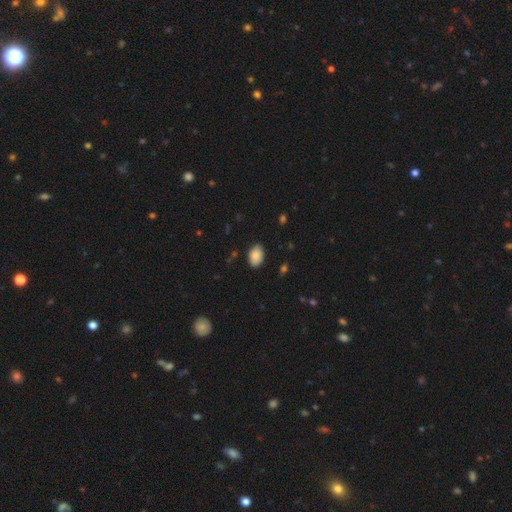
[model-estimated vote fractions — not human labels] Q: Smooth or featured?
A: smooth (88%); runner-up: star or artifact (7%)
Q: How rounded?
A: in between (90%); runner-up: round (9%)
Q: Merging?
A: none (85%); runner-up: minor disturbance (12%)